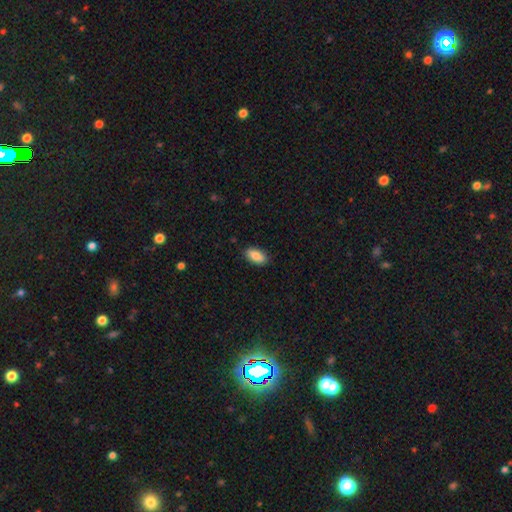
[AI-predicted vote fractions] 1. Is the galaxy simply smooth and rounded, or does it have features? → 87% smooth, 7% featured or disk, 7% star or artifact.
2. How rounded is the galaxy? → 90% in between, 7% cigar-shaped, 3% round.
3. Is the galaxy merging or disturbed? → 87% none, 10% minor disturbance, 2% major disturbance, 1% merger.